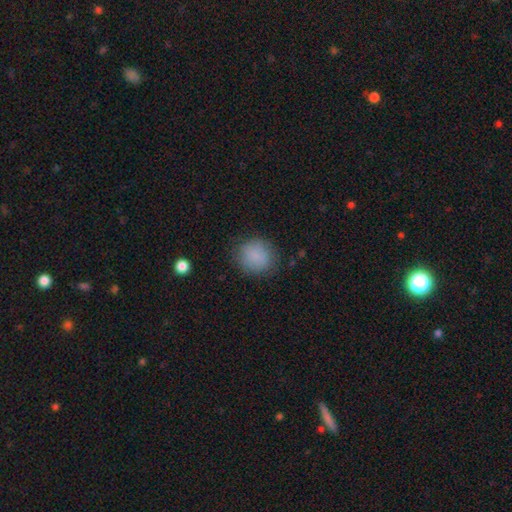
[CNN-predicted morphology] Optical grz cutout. It shows a smooth galaxy with no disk features (86%) that is round (81%). Merging: none (82%).